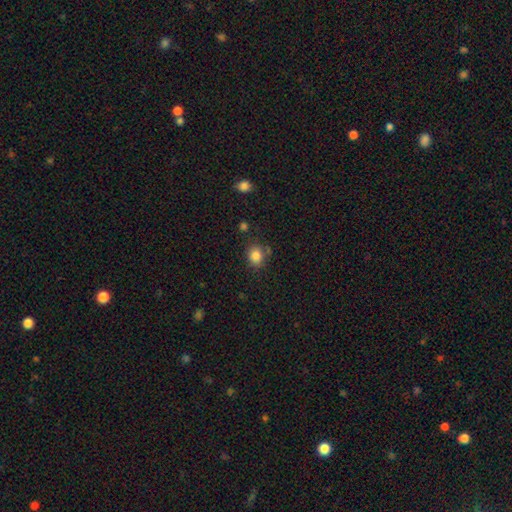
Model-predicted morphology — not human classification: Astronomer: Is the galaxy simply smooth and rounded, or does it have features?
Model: smooth — 84%.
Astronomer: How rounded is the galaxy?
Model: round — 68%.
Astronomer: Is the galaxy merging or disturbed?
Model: none — 74%.